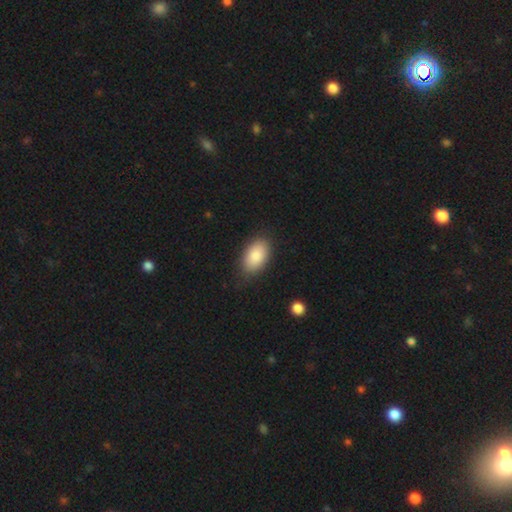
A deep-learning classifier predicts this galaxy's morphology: A smooth galaxy with no disk features (86%) that is in between round and cigar-shaped (94%). Merging: none (83%).